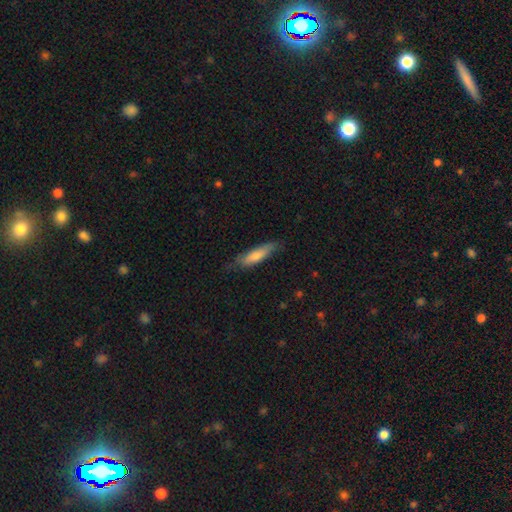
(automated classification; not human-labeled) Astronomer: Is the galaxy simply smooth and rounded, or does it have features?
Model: smooth — 66%.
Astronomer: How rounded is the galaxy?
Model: cigar-shaped — 77%.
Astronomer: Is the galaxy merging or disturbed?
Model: none — 75%.